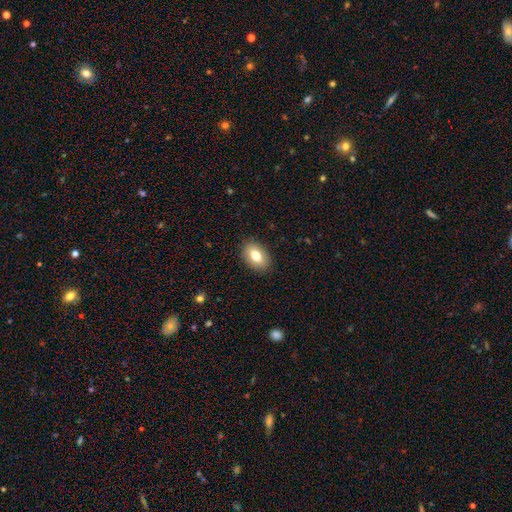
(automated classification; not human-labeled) A smooth galaxy with no disk features (76%) that is in between round and cigar-shaped (88%). Merging: none (88%).